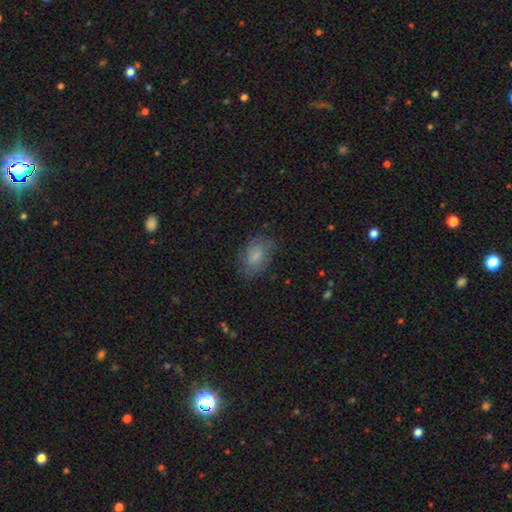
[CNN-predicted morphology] type=smooth (72%); roundness=in between (86%); merging=none (67%).